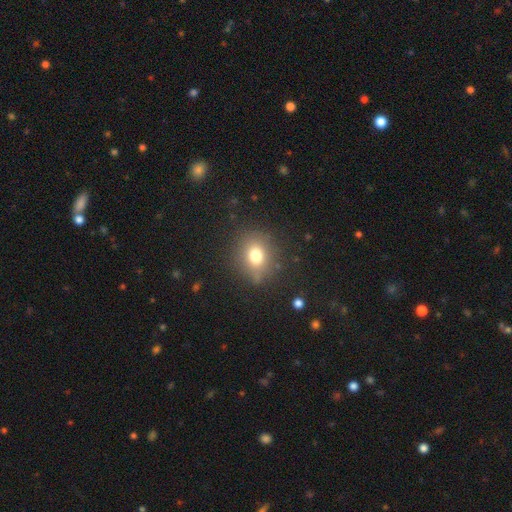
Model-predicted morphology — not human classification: Smooth or featured: smooth — 75% (star or artifact — 14%)
How rounded: round — 67% (in between — 32%)
Merging: none — 82% (minor disturbance — 11%)